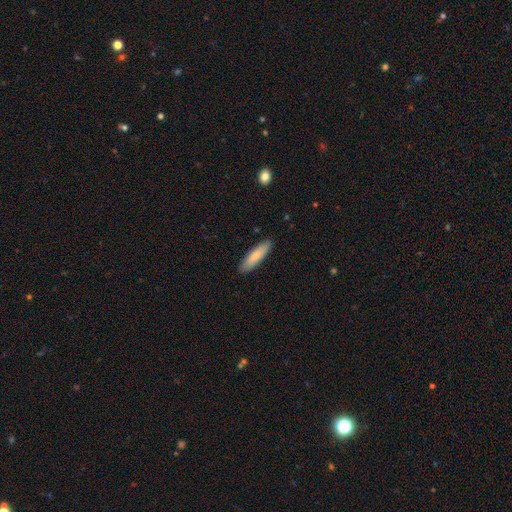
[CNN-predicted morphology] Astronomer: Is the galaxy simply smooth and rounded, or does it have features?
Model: smooth — 80%.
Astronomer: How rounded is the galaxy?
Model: cigar-shaped — 69%.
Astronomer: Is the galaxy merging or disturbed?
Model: none — 89%.